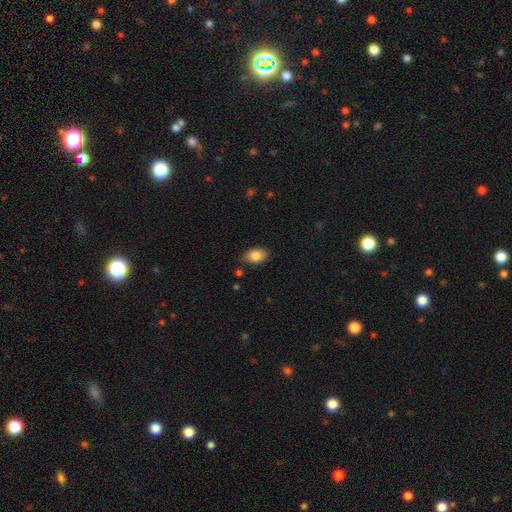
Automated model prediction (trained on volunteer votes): The model was most divided on "merging": none: 81%, minor disturbance: 14%, major disturbance: 3%, merger: 2%. More confident: how rounded — in between (87%); smooth or featured — smooth (84%).